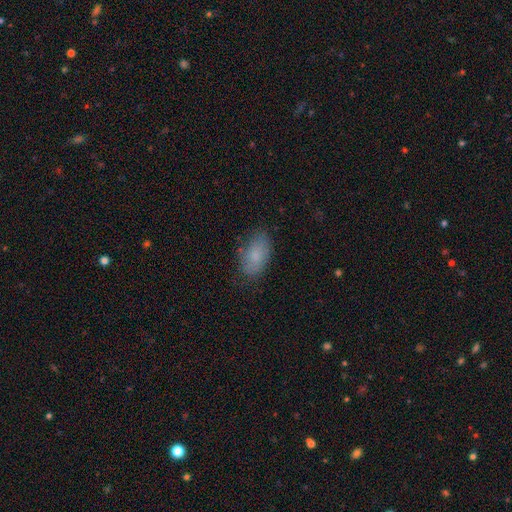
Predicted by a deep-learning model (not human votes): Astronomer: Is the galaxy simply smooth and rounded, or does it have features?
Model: smooth — 81%.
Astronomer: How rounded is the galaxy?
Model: in between — 93%.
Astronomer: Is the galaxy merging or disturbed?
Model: none — 75%.